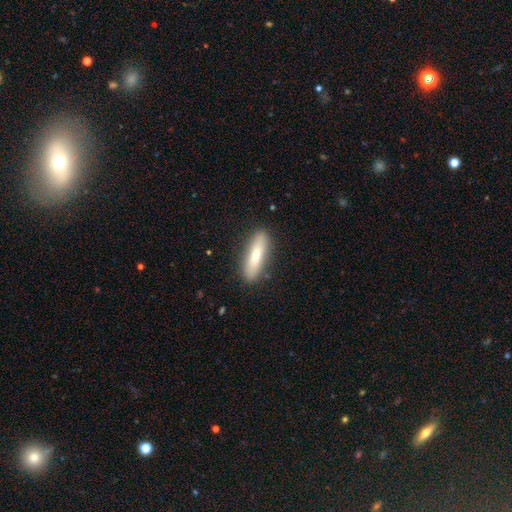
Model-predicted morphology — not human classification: Smooth or featured? Predicted: smooth (p=0.71). How rounded? Predicted: cigar-shaped (p=0.64). Merging? Predicted: none (p=0.87).